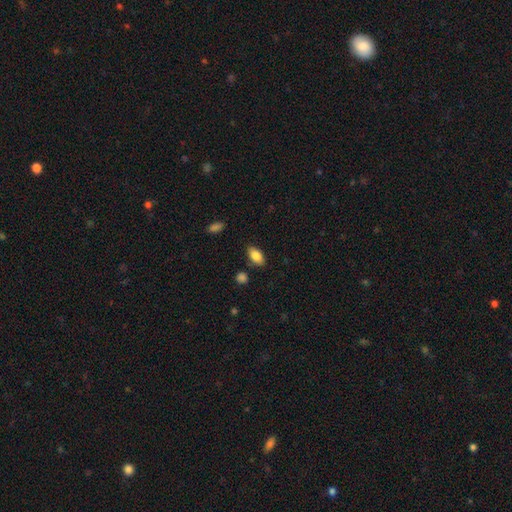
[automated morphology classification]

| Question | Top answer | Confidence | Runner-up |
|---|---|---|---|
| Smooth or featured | smooth | 86% | star or artifact (7%) |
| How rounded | in between | 92% | round (5%) |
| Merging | none | 82% | minor disturbance (13%) |